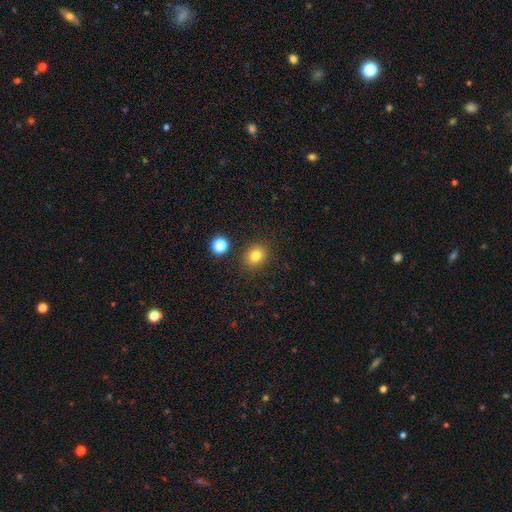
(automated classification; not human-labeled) Overall: smooth (80%). How rounded: round (65%; in between 35%). Merging: none (85%).